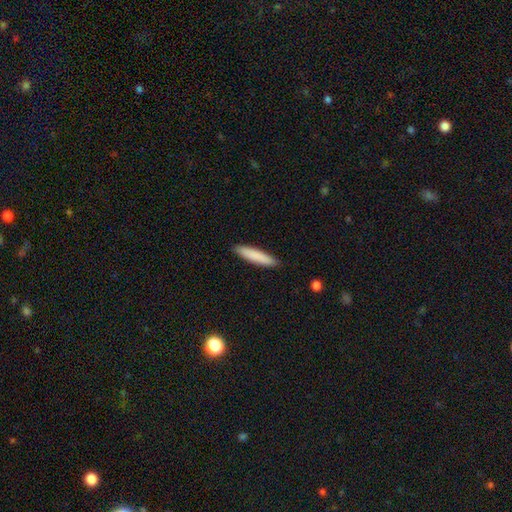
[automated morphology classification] This is clearly a smooth galaxy (84%). How rounded: clearly cigar-shaped (87%). Merging: clearly none (90%).